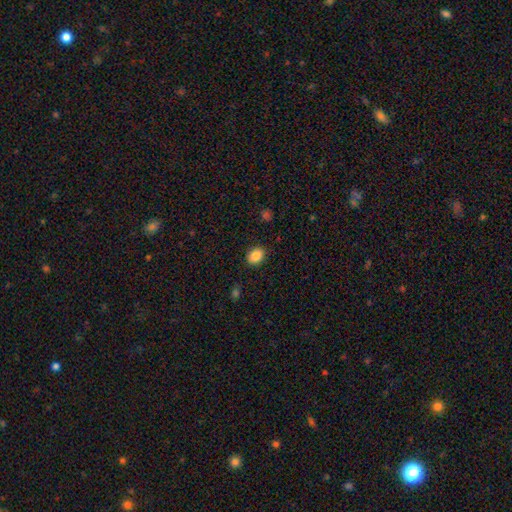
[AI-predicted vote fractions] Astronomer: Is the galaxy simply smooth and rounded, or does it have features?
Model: smooth — 86%.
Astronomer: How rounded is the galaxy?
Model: in between — 62% (runner-up: round, 37%).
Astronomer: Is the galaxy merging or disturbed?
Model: none — 88%.